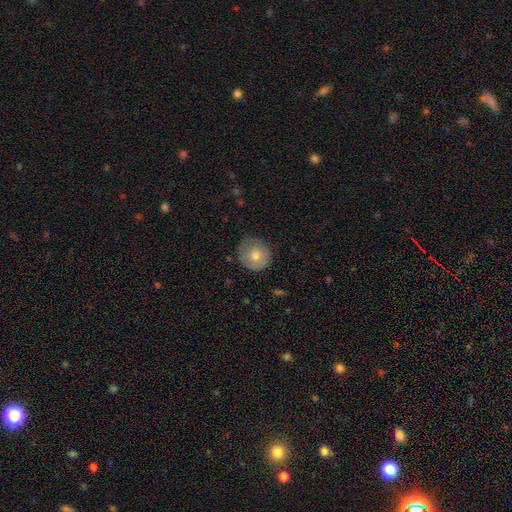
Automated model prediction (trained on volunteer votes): A smooth galaxy with no disk features (69%) that is round (87%).

Vote fractions:
- Smooth or featured? smooth: 69% / featured or disk: 23% / star or artifact: 9%
- How rounded? round: 87% / in between: 12% / cigar-shaped: 1%
- Merging? none: 75% / minor disturbance: 20% / major disturbance: 4% / merger: 1%